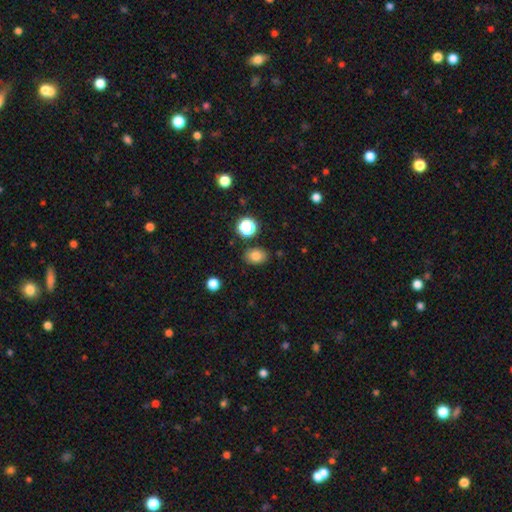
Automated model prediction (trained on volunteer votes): Q: Smooth or featured?
A: smooth (80%); runner-up: star or artifact (13%)
Q: How rounded?
A: in between (71%); runner-up: round (28%)
Q: Merging?
A: none (84%); runner-up: minor disturbance (10%)